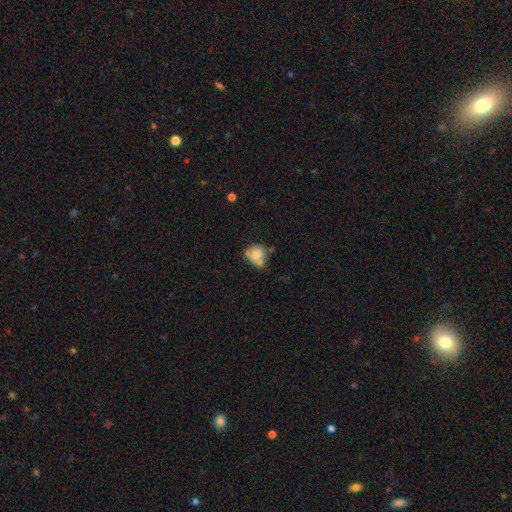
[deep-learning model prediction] smooth-or-featured: smooth: 69% | featured or disk: 21% | star or artifact: 10%
  how-rounded: round: 66% | in between: 33% | cigar-shaped: 1%
  merging: none: 36% | merger: 33% | minor disturbance: 21% | major disturbance: 10%